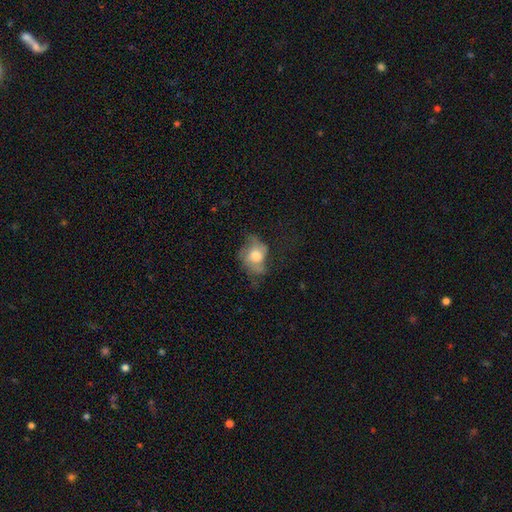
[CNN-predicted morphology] Smooth or featured? Predicted: smooth (p=0.52). How rounded? Predicted: in between (p=0.60). Merging? Predicted: none (p=0.37).